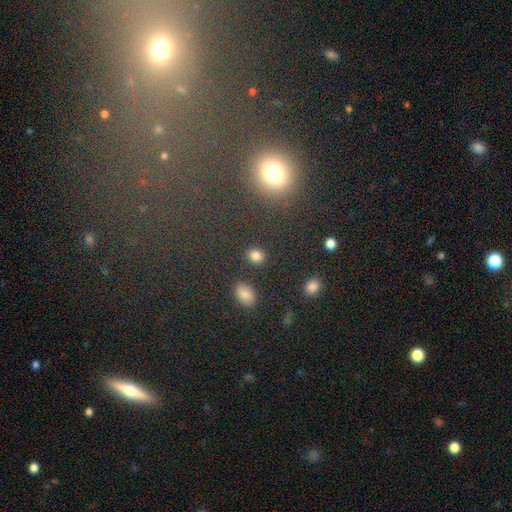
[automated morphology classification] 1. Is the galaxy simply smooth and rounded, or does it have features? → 82% smooth, 13% star or artifact, 5% featured or disk.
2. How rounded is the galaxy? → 66% round, 33% in between, 1% cigar-shaped.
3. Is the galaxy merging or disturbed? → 86% none, 7% minor disturbance, 4% merger, 3% major disturbance.